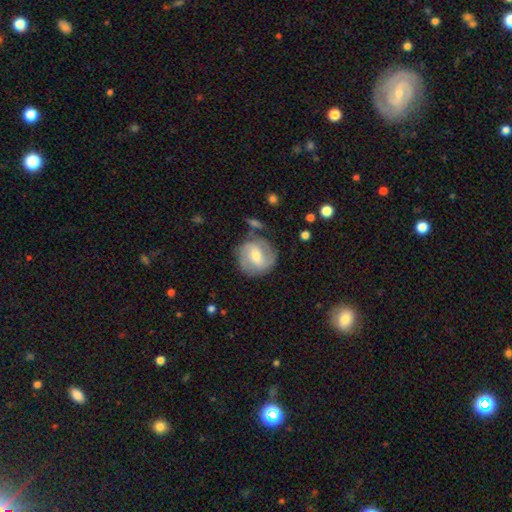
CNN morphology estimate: featured or disk 65%, smooth 29%, star or artifact 6%. Down the decision tree: edge-on disk — no (97%); bar — weak (49%); spiral arms — yes (86%); spiral arm count — 2 (74%); spiral winding — medium (44%); bulge size — moderate (54%); merging — none (73%).